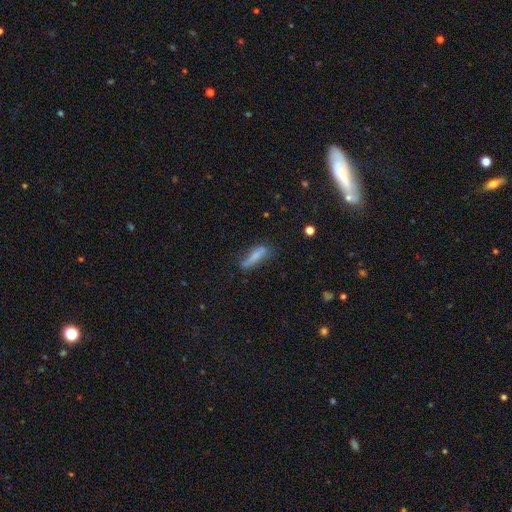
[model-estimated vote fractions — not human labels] This appears to be a smooth galaxy with no disk features (70%) that is cigar-shaped (75%). Merging: none (60%).